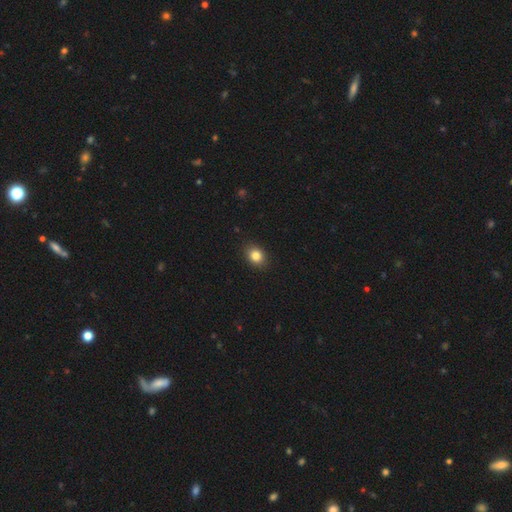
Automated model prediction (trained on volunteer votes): Morphology: type=smooth (84%); roundness=in between (58%); merging=none (89%).